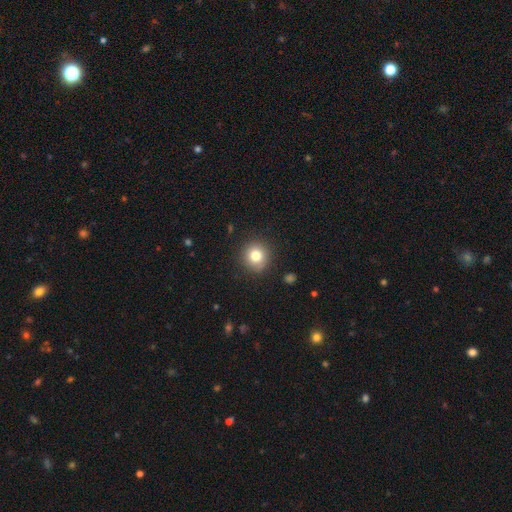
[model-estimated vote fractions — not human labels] This is likely a smooth galaxy (80%). How rounded: clearly round (92%). Merging: clearly none (89%).